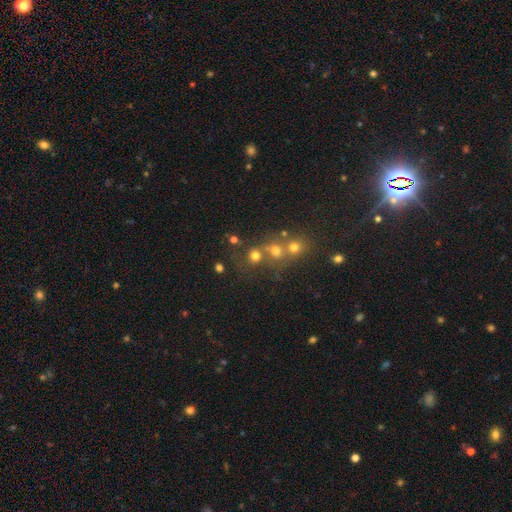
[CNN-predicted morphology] Smooth or featured? smooth (62%)
How rounded? round (84%)
Merging? none (49%)